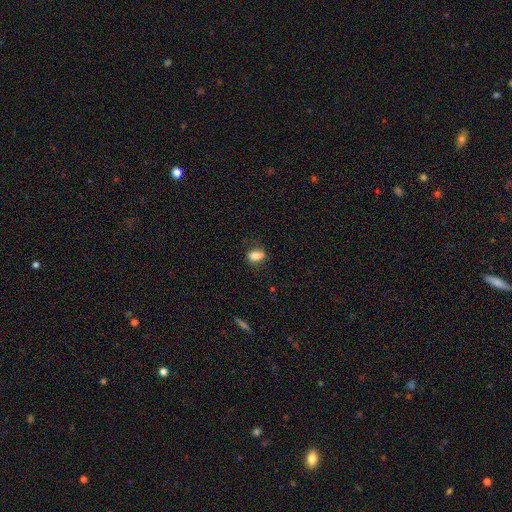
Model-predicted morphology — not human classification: The model was most divided on "how rounded": in between: 70%, round: 27%, cigar-shaped: 3%. More confident: smooth or featured — smooth (78%); merging — none (68%).